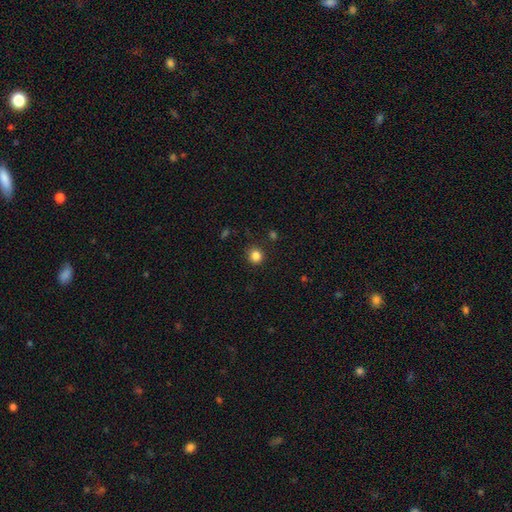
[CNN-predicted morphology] Smooth or featured?
  - smooth: 84% *
  - star or artifact: 12%
  - featured or disk: 4%
How rounded?
  - round: 90% *
  - in between: 9%
  - cigar-shaped: 1%
Merging?
  - none: 88% *
  - minor disturbance: 8%
  - major disturbance: 2%
  - merger: 2%